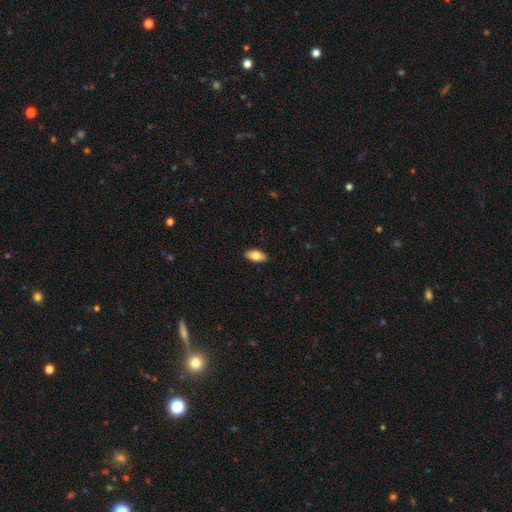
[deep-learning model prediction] A smooth galaxy with no disk features (81%) that is in between round and cigar-shaped (91%). Merging: none (89%).